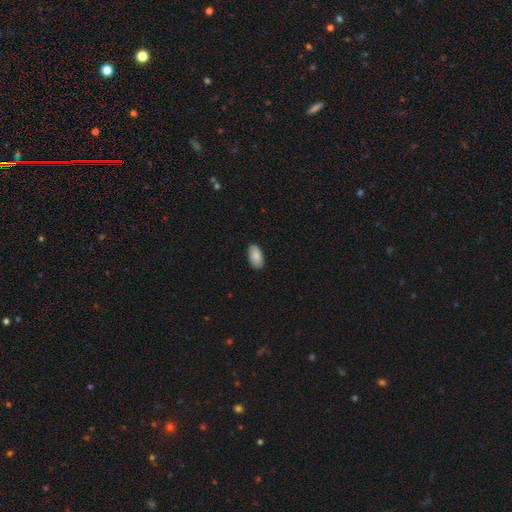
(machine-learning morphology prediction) This is clearly a smooth galaxy (88%). How rounded: clearly in between (95%). Merging: clearly none (87%).